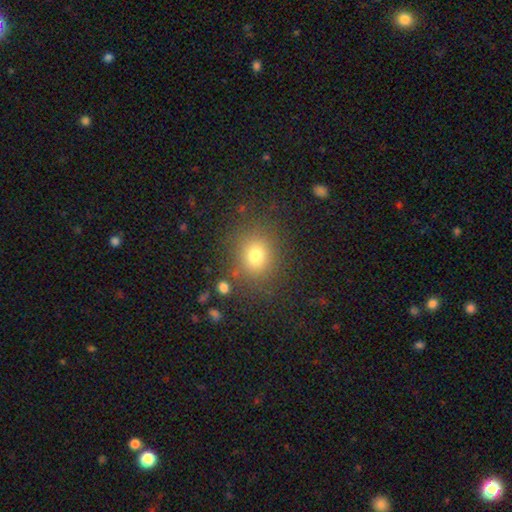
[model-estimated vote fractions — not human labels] smooth_or_featured: smooth (p=0.75) [alt: star or artifact p=0.15]
how_rounded: round (p=0.73) [alt: in between p=0.26]
merging: none (p=0.82) [alt: minor disturbance p=0.10]